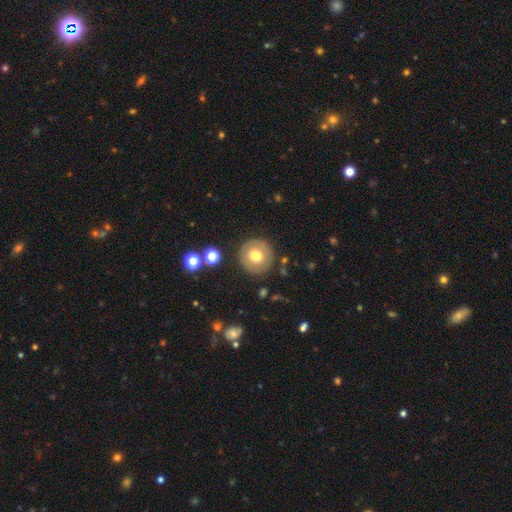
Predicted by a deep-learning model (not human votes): The model was most divided on "smooth or featured": smooth: 66%, featured or disk: 25%, star or artifact: 9%. More confident: how rounded — round (94%); merging — none (86%).